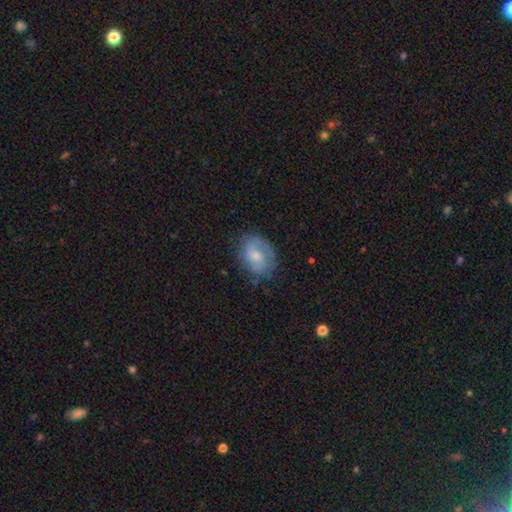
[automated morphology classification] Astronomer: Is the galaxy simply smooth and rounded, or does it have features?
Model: smooth — 46%, tied with featured or disk at 46%.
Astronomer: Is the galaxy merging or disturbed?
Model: none — 70%.